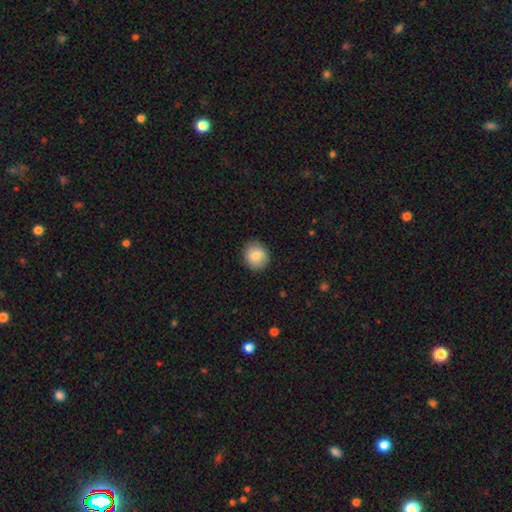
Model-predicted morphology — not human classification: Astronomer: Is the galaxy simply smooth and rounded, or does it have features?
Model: smooth — 83%.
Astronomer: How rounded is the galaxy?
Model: round — 82%.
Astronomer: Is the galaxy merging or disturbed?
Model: none — 88%.